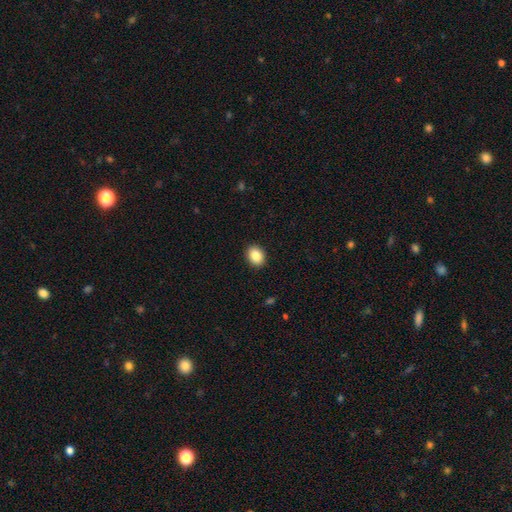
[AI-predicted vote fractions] Smooth or featured? smooth (87%)
How rounded? in between (60%)
Merging? none (91%)